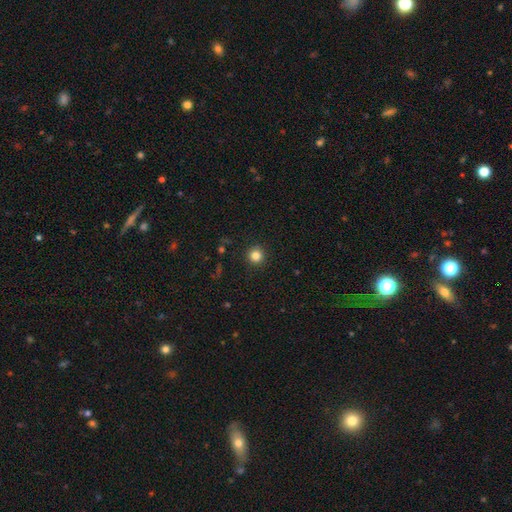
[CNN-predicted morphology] This appears to be a smooth galaxy with no disk features (83%) that is round (95%). Merging: none (92%).